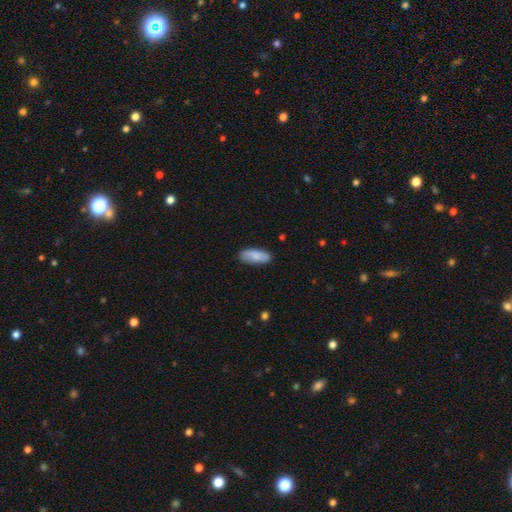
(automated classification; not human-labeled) Smooth or featured? Predicted: smooth (p=0.79). How rounded? Predicted: in between (p=0.78). Merging? Predicted: none (p=0.82).